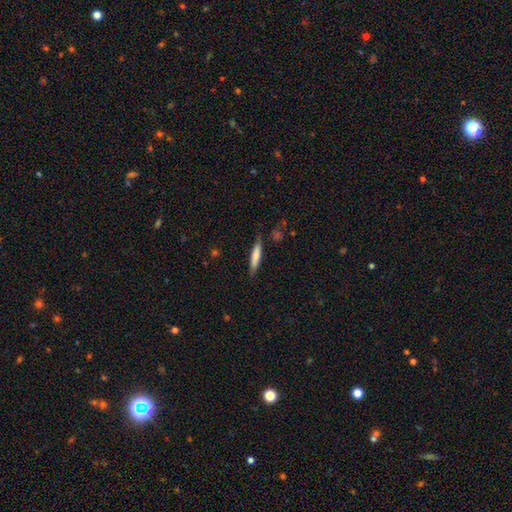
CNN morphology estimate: smooth-or-featured: smooth: 67% | featured or disk: 27% | star or artifact: 6%
  how-rounded: cigar-shaped: 88% | in between: 10% | round: 1%
  merging: none: 82% | minor disturbance: 13% | major disturbance: 3% | merger: 2%